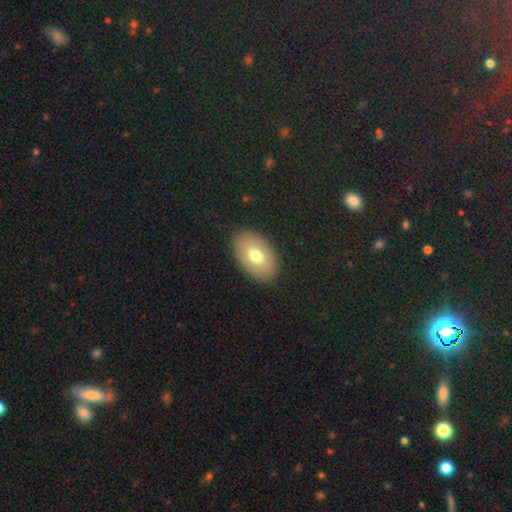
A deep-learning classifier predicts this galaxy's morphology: smooth 71%, featured or disk 22%, star or artifact 8%. Down the decision tree: how rounded — in between (91%); merging — none (88%).